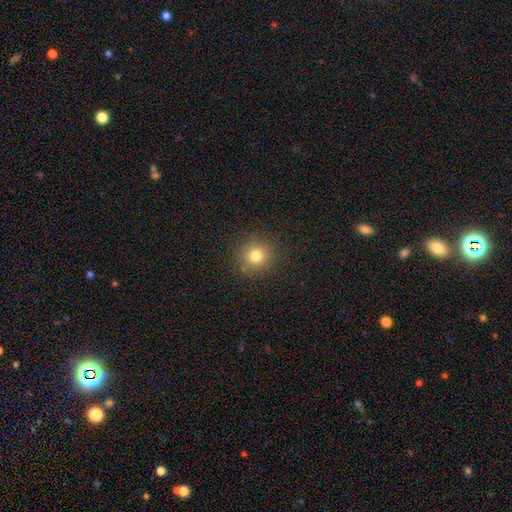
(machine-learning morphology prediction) A smooth galaxy with no disk features (78%) that is round (93%). Merging: none (87%).